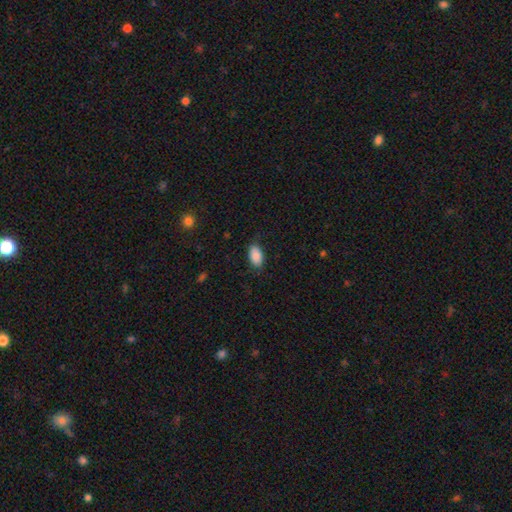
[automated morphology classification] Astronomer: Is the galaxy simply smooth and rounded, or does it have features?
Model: smooth — 90%.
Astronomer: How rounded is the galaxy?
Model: in between — 93%.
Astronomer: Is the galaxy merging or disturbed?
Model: none — 82%.